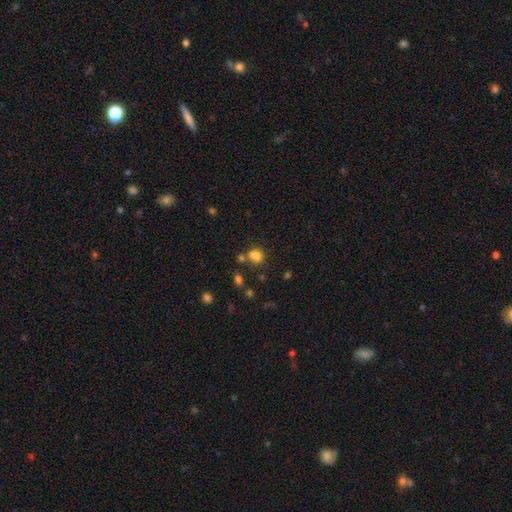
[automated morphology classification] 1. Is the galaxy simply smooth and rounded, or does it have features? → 78% smooth, 14% star or artifact, 8% featured or disk.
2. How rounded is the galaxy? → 74% round, 25% in between, 1% cigar-shaped.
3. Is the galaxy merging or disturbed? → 56% none, 26% merger, 13% minor disturbance, 5% major disturbance.